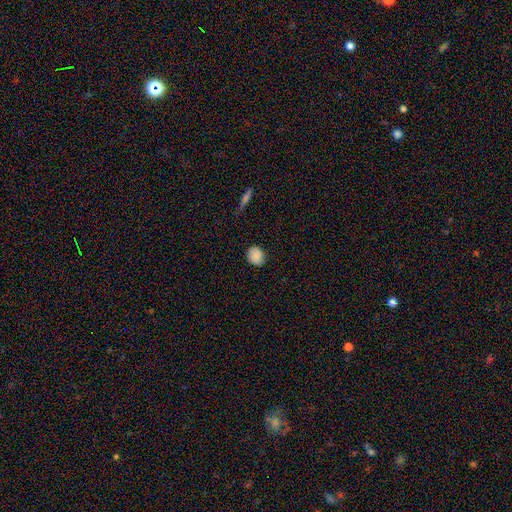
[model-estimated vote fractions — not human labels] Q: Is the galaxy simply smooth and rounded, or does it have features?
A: smooth — 87%.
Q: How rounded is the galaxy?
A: round — 71%.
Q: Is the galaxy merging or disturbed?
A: none — 84%.